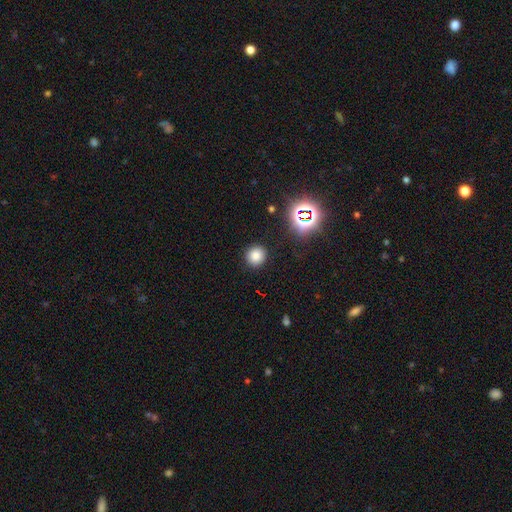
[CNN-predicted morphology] Overall: smooth (78%). How rounded: round (91%). Merging: none (90%).